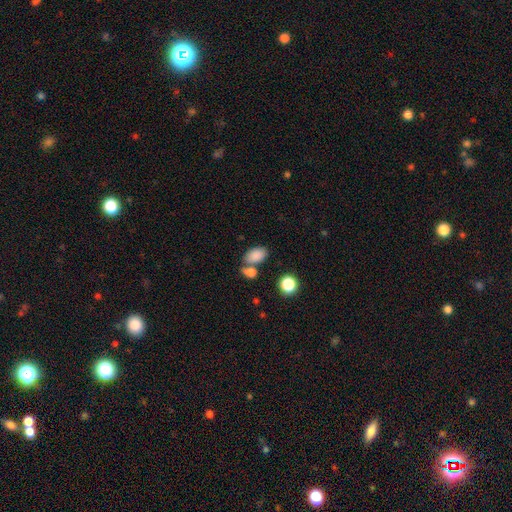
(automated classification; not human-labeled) Morphology: type=smooth (84%); roundness=in between (89%); merging=none (57%).